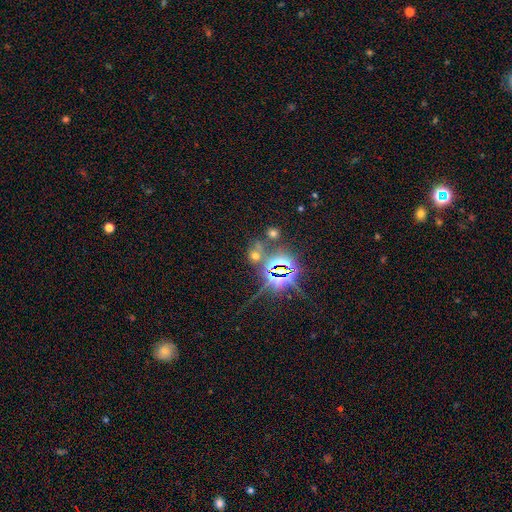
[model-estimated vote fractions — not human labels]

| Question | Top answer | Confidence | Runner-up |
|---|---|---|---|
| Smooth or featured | star or artifact | 55% | smooth (35%) |